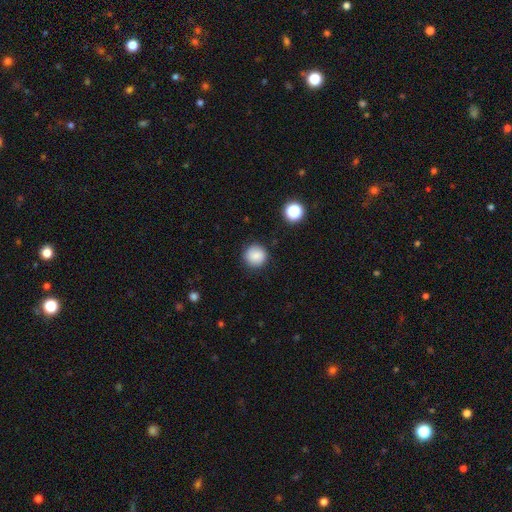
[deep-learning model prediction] Smooth or featured? smooth (84%)
How rounded? round (93%)
Merging? none (88%)